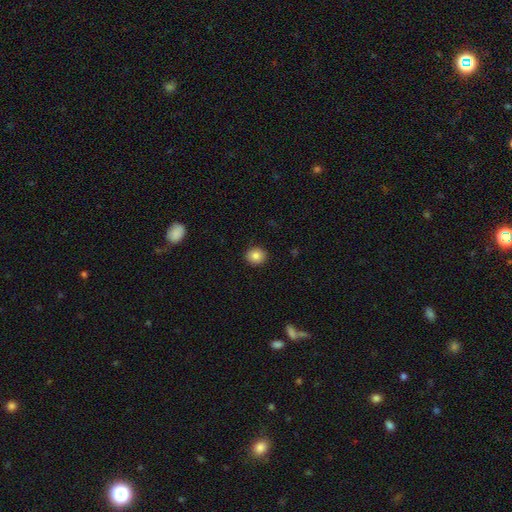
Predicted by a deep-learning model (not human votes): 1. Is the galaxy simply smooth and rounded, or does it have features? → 84% smooth, 9% star or artifact, 6% featured or disk.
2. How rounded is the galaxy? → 79% round, 20% in between, 1% cigar-shaped.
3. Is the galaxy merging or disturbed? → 91% none, 6% minor disturbance, 2% major disturbance, 1% merger.